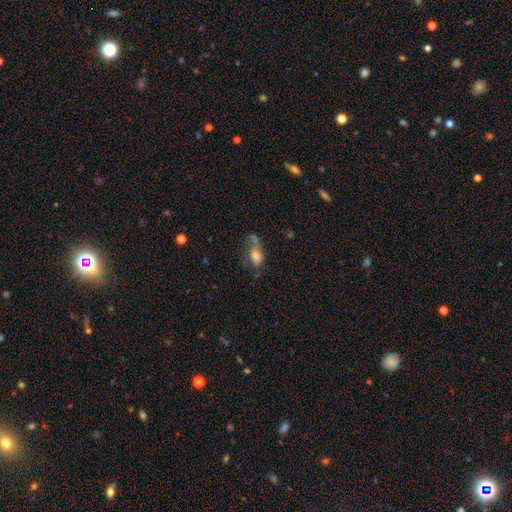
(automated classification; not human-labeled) smooth_or_featured: smooth (p=0.66) [alt: featured or disk p=0.23]
how_rounded: in between (p=0.79) [alt: round p=0.11]
merging: none (p=0.30) [alt: major disturbance p=0.27]